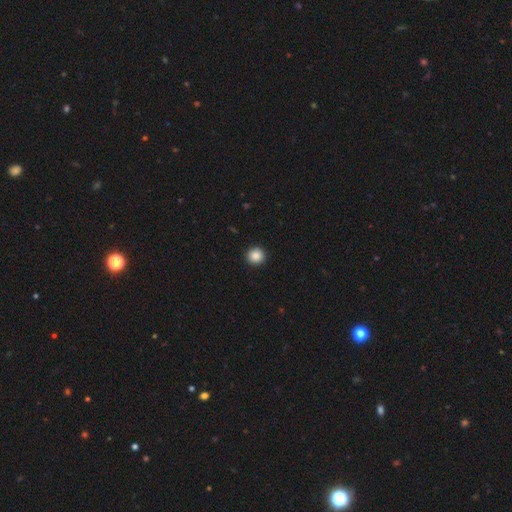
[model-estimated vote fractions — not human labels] Morphology: type=smooth (88%); roundness=round (94%); merging=none (93%).